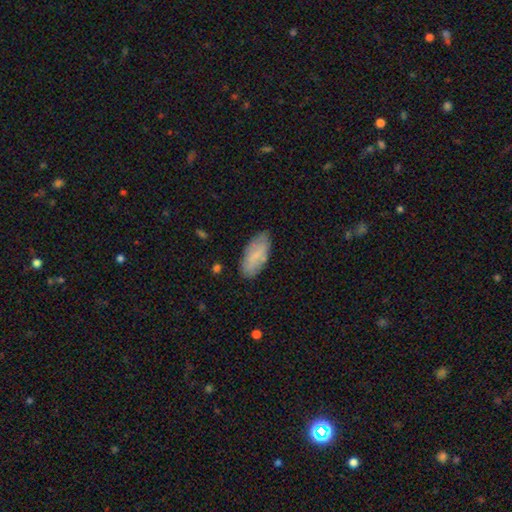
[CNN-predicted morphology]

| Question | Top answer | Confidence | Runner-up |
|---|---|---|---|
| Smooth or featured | smooth | 73% | featured or disk (21%) |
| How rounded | in between | 88% | cigar-shaped (10%) |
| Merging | none | 79% | minor disturbance (16%) |